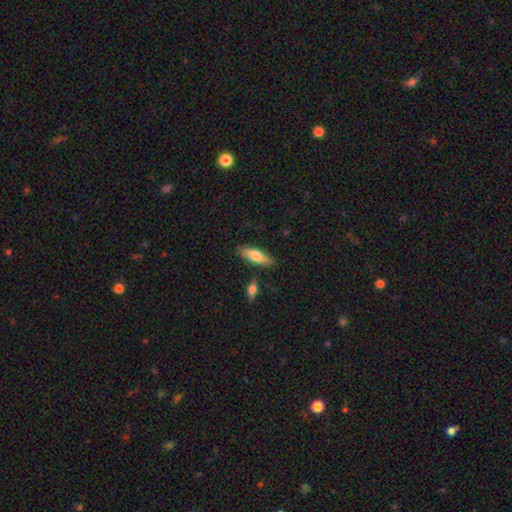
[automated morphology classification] smooth_or_featured: smooth (p=0.73) [alt: featured or disk p=0.21]
how_rounded: in between (p=0.55) [alt: cigar-shaped p=0.43]
merging: none (p=0.81) [alt: minor disturbance p=0.12]